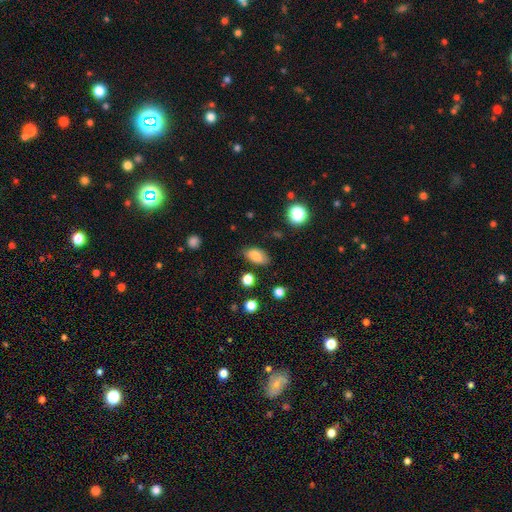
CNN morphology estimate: A smooth galaxy with no disk features (81%) that is in between round and cigar-shaped (91%).

Vote fractions:
- Smooth or featured? smooth: 81% / featured or disk: 10% / star or artifact: 9%
- How rounded? in between: 91% / round: 6% / cigar-shaped: 3%
- Merging? none: 79% / minor disturbance: 15% / major disturbance: 3% / merger: 2%